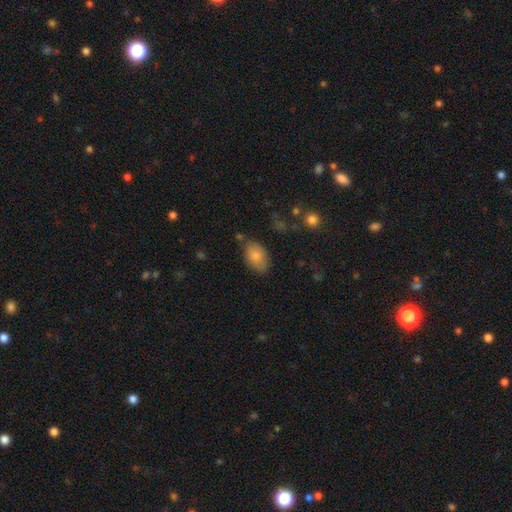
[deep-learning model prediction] Smooth or featured?
  - smooth: 82% *
  - featured or disk: 11%
  - star or artifact: 7%
How rounded?
  - in between: 89% *
  - round: 9%
  - cigar-shaped: 1%
Merging?
  - none: 68% *
  - minor disturbance: 22%
  - major disturbance: 5%
  - merger: 5%